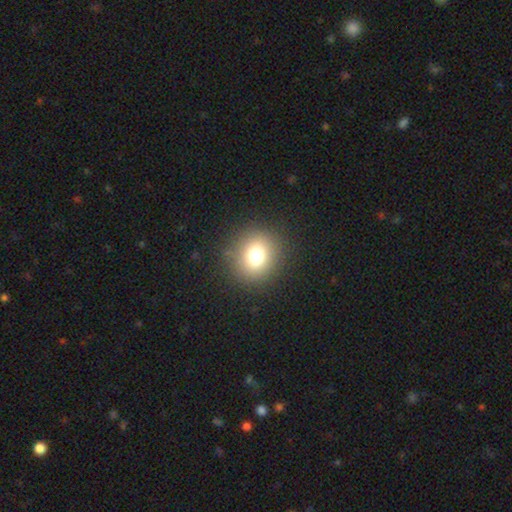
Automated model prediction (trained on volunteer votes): The model was most divided on "smooth or featured": smooth: 76%, star or artifact: 15%, featured or disk: 10%. More confident: merging — none (88%); how rounded — round (83%).